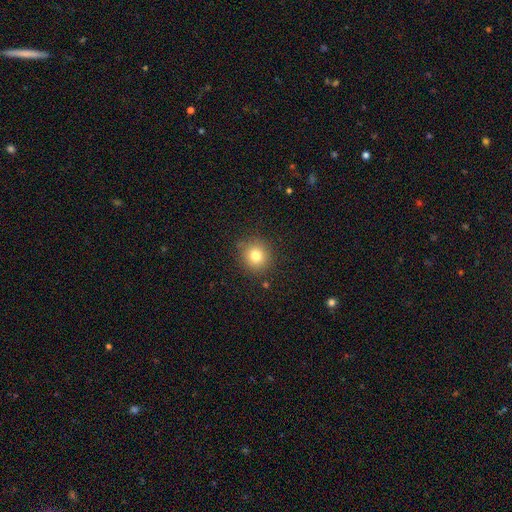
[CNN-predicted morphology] Smooth or featured: smooth — 78% (star or artifact — 13%)
How rounded: round — 89% (in between — 10%)
Merging: none — 86% (minor disturbance — 9%)